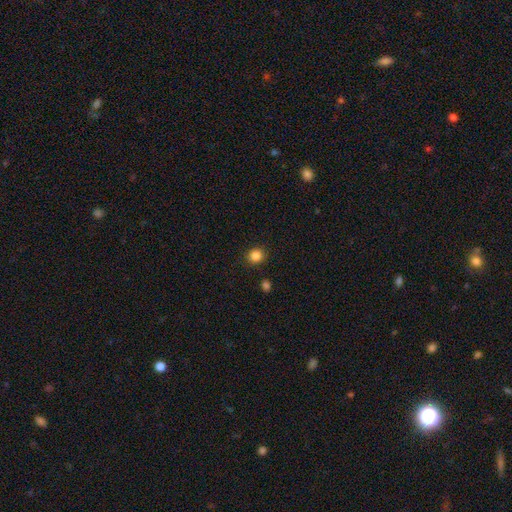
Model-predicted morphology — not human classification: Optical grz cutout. It shows a smooth galaxy with no disk features (85%) that is round (86%). Merging: none (90%).